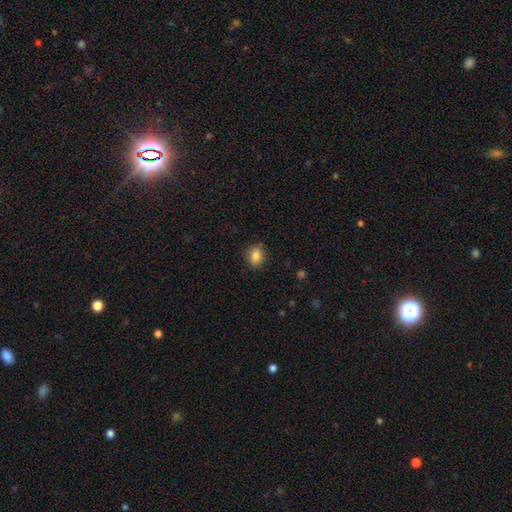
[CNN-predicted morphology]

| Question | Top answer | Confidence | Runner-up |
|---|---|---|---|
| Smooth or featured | smooth | 84% | star or artifact (10%) |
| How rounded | in between | 50% | round (49%) |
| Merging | none | 83% | minor disturbance (13%) |